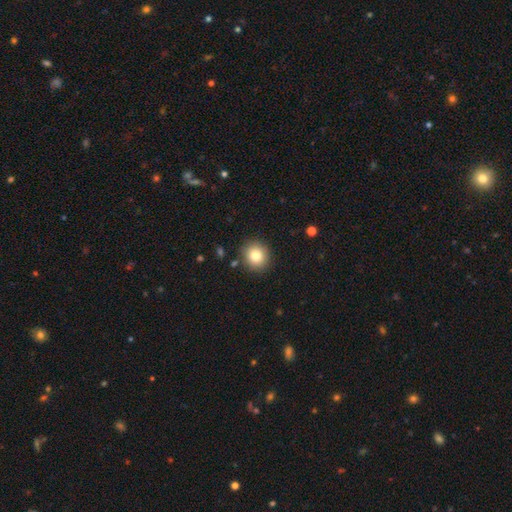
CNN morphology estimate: Q: Smooth or featured?
A: smooth (80%); runner-up: star or artifact (11%)
Q: How rounded?
A: round (87%); runner-up: in between (13%)
Q: Merging?
A: none (88%); runner-up: minor disturbance (7%)